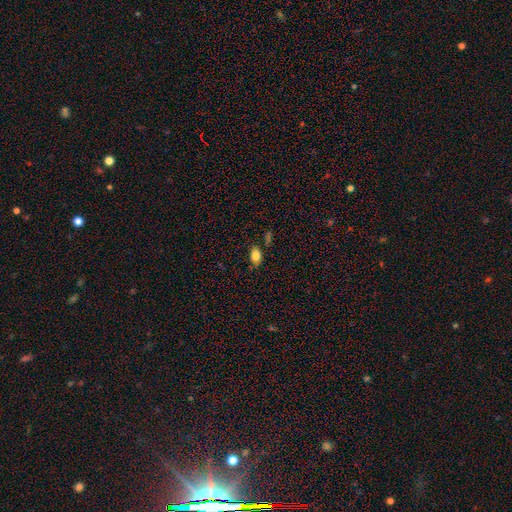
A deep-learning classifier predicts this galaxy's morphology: type=smooth (81%); roundness=in between (83%); merging=none (75%).